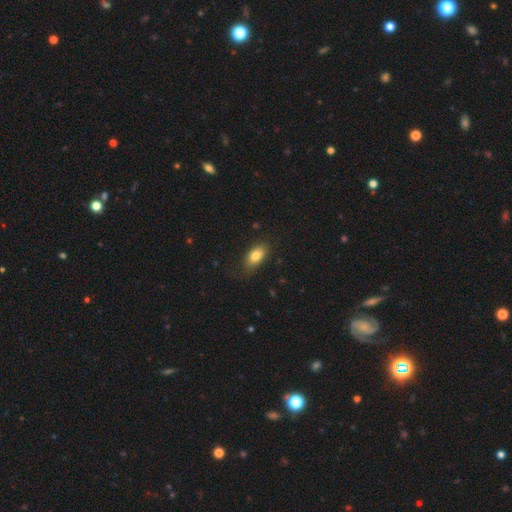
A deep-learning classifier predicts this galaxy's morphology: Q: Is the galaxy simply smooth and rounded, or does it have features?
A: smooth — 81%.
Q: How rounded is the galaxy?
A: in between — 88%.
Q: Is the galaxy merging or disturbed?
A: none — 80%.